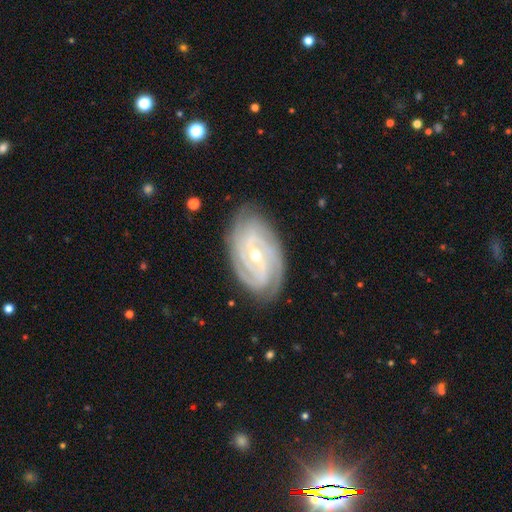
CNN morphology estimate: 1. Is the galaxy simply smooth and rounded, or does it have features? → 91% featured or disk, 5% star or artifact, 4% smooth.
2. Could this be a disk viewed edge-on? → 96% no, 4% yes.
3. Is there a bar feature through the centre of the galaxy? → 43% weak, 33% strong, 23% no.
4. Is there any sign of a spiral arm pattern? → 98% yes, 2% no.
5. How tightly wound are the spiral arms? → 74% tight, 23% medium, 3% loose.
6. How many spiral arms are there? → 38% 3, 22% 2, 19% 4, 11% can't tell, 5% more than 4, 5% 1.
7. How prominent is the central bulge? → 58% small, 40% moderate, 1% large, 1% none, 1% dominant.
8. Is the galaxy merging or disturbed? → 83% none, 13% minor disturbance, 3% major disturbance, 1% merger.